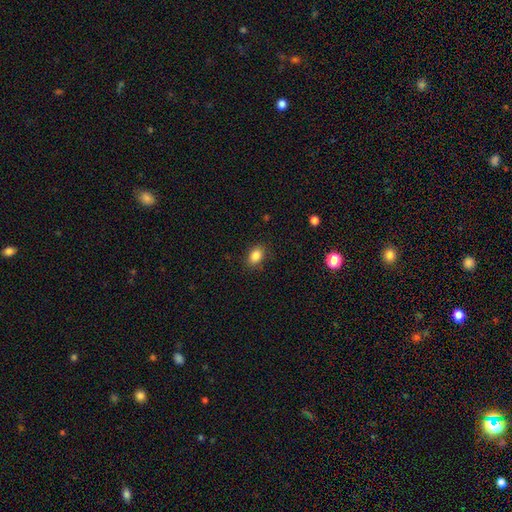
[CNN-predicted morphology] The model was most divided on "how rounded": in between: 80%, round: 19%, cigar-shaped: 1%. More confident: smooth or featured — smooth (86%); merging — none (86%).